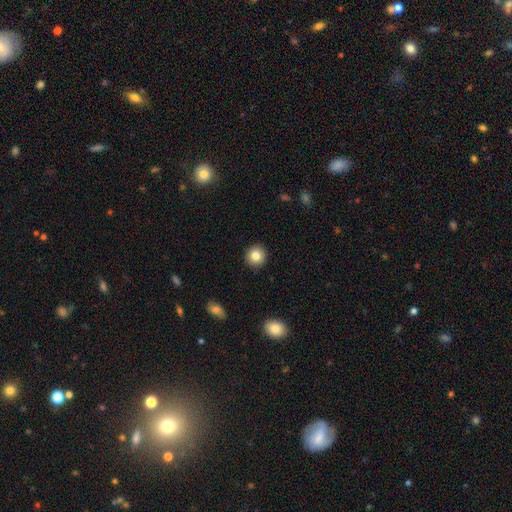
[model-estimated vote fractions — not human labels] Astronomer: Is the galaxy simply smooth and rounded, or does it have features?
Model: smooth — 83%.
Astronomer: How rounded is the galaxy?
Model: round — 93%.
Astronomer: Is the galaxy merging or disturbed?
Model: none — 92%.